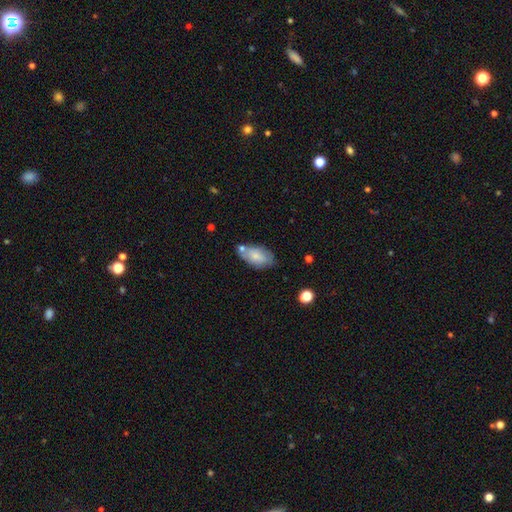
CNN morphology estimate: A smooth galaxy with no disk features (72%) that is in between round and cigar-shaped (92%).

Vote fractions:
- Smooth or featured? smooth: 72% / featured or disk: 22% / star or artifact: 7%
- How rounded? in between: 92% / cigar-shaped: 4% / round: 4%
- Merging? none: 56% / minor disturbance: 23% / merger: 15% / major disturbance: 6%